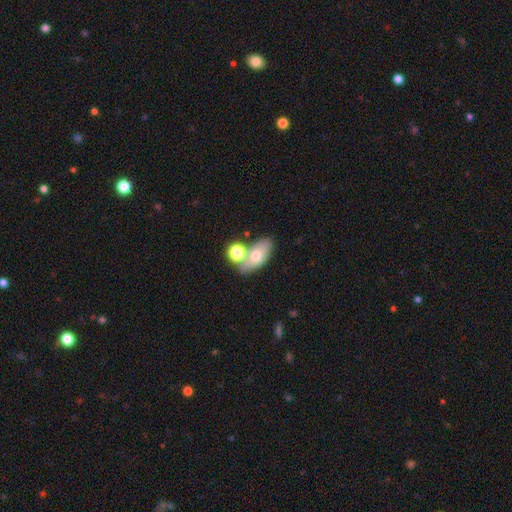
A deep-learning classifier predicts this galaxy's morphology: The model was most divided on "merging": none: 53%, merger: 27%, minor disturbance: 14%, major disturbance: 6%. More confident: how rounded — in between (83%); smooth or featured — smooth (67%).